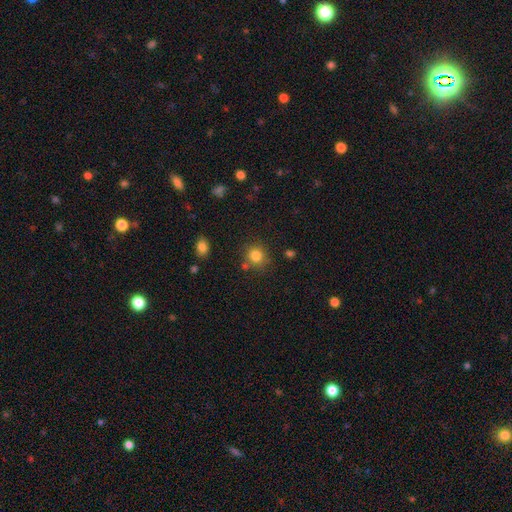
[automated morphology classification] Overall: smooth (83%). How rounded: round (86%). Merging: none (78%).